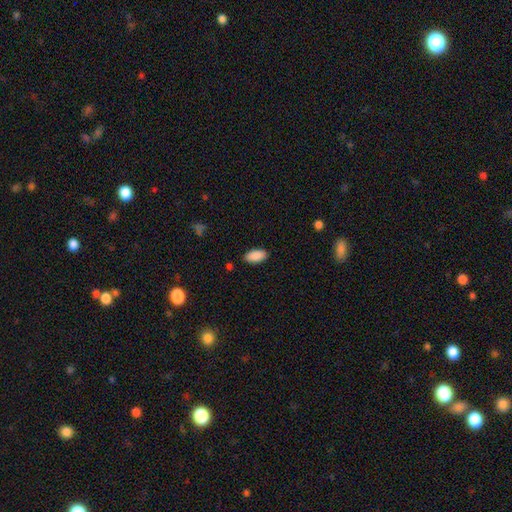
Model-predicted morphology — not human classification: This is clearly a smooth galaxy (89%). How rounded: clearly in between (94%). Merging: clearly none (87%).